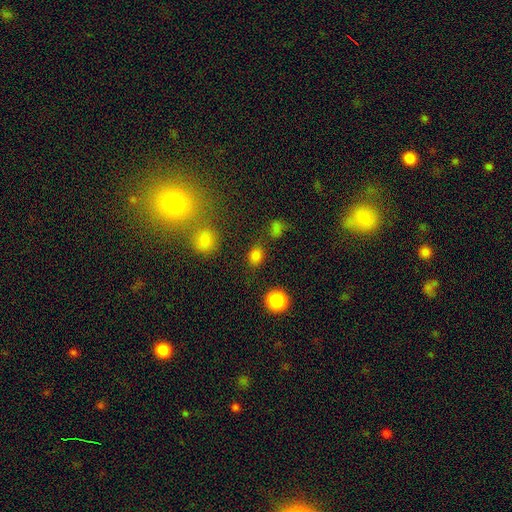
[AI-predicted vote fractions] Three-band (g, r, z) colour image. It shows a smooth galaxy with no disk features (81%) that is round (51%). Merging: none (80%).